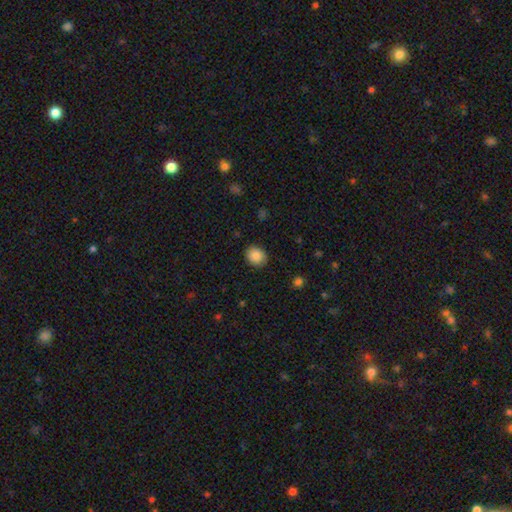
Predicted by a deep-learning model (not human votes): Smooth or featured? smooth (87%)
How rounded? round (61%)
Merging? none (85%)